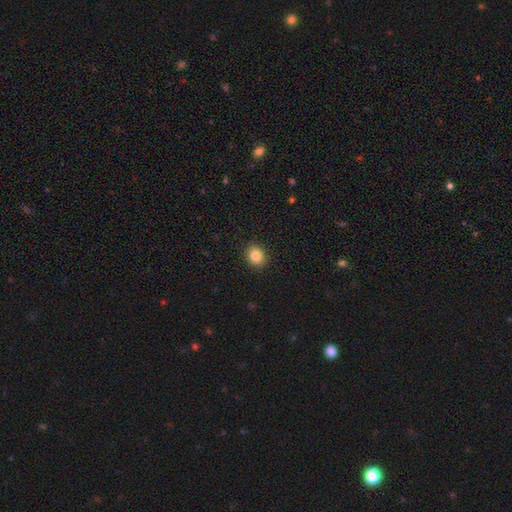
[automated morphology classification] This appears to be a smooth galaxy with no disk features (84%) that is round (68%). Merging: none (91%).